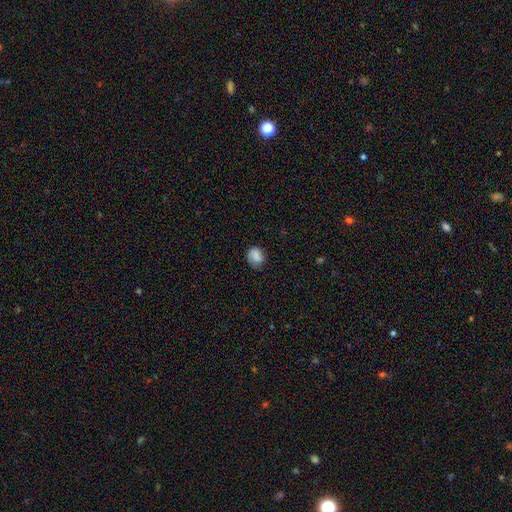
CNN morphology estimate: Smooth or featured? smooth (79%)
How rounded? round (51%)
Merging? none (60%)